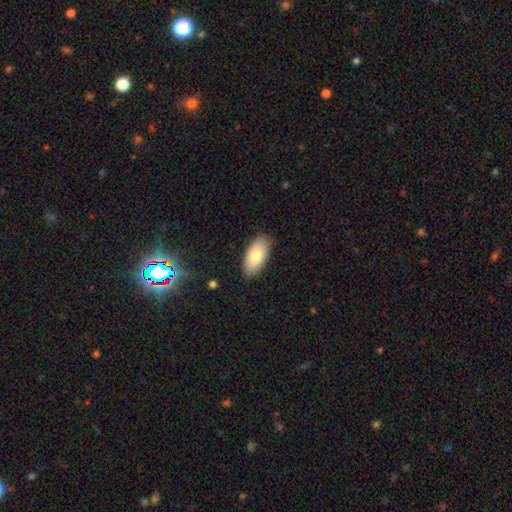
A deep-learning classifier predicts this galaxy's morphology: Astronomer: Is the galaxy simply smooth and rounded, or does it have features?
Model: smooth — 79%.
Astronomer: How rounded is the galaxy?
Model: in between — 93%.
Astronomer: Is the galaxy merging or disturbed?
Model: none — 86%.